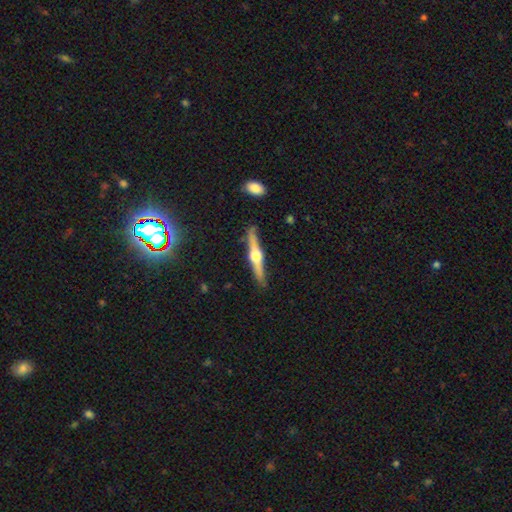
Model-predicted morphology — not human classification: smooth_or_featured: featured or disk (p=0.76) [alt: smooth p=0.19]
disk_edge_on: yes (p=0.98) [alt: no p=0.02]
edge_on_bulge: rounded (p=0.95) [alt: boxy p=0.03]
merging: none (p=0.87) [alt: minor disturbance p=0.09]